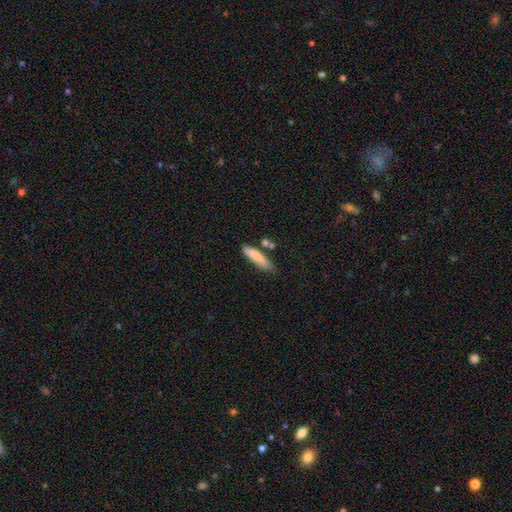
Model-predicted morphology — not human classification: This is clearly a smooth galaxy (81%). How rounded: likely cigar-shaped (76%). Merging: likely none (63%).